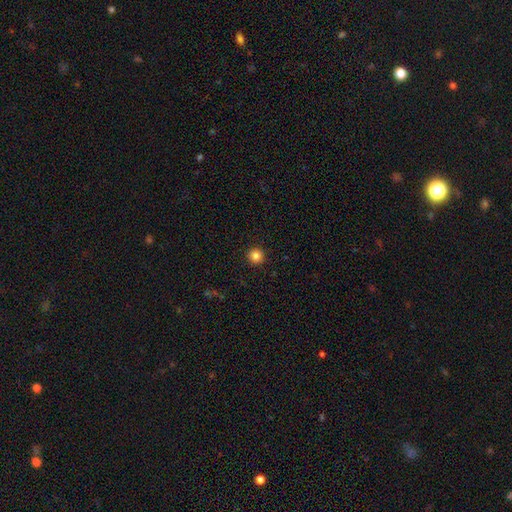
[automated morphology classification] Q: Smooth or featured?
A: smooth (84%); runner-up: star or artifact (12%)
Q: How rounded?
A: round (96%); runner-up: in between (3%)
Q: Merging?
A: none (93%); runner-up: minor disturbance (4%)